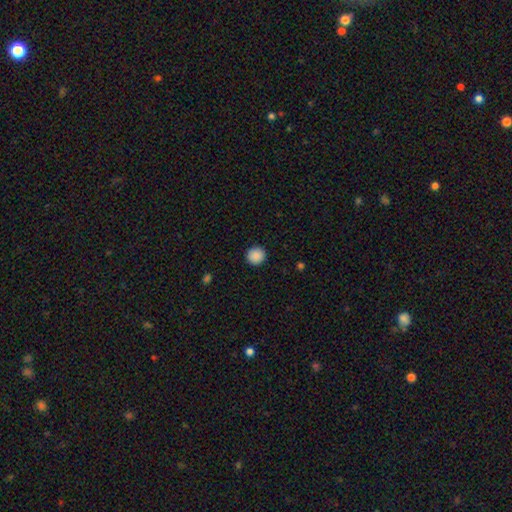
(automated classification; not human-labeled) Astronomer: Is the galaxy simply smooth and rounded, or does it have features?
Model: smooth — 89%.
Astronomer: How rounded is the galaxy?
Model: round — 92%.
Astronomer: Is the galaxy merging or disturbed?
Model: none — 92%.